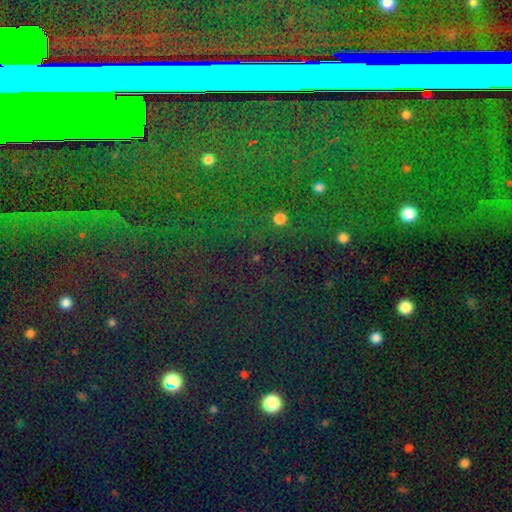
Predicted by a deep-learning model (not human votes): This is clearly a star or artifact rather than a galaxy (83%).